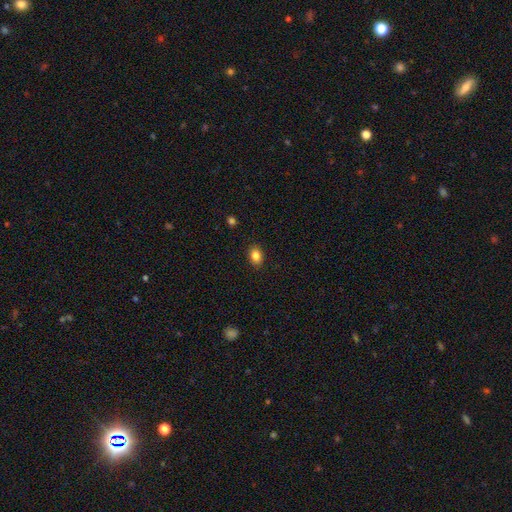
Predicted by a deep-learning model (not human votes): Smooth or featured? Predicted: smooth (p=0.84). How rounded? Predicted: in between (p=0.74). Merging? Predicted: none (p=0.89).